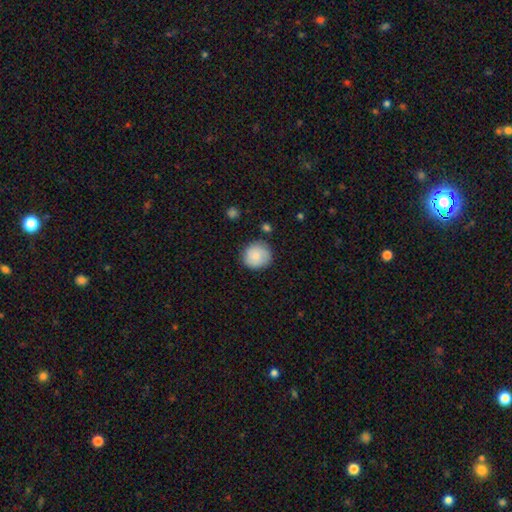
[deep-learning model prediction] The model was most divided on "merging": none: 82%, minor disturbance: 13%, major disturbance: 3%, merger: 2%. More confident: how rounded — round (90%); smooth or featured — smooth (83%).